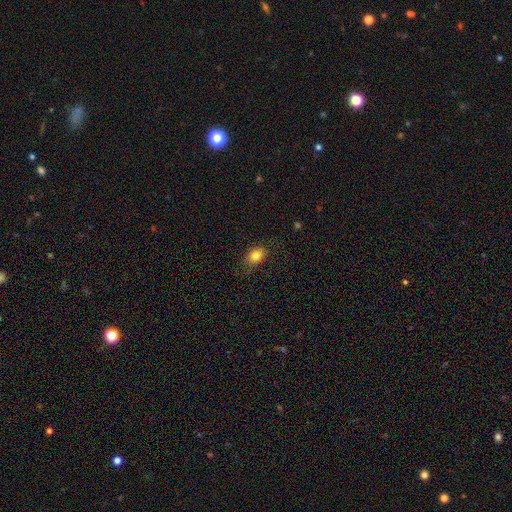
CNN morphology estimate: This is clearly a smooth galaxy (83%). How rounded: likely in between (66%). Merging: likely none (79%).